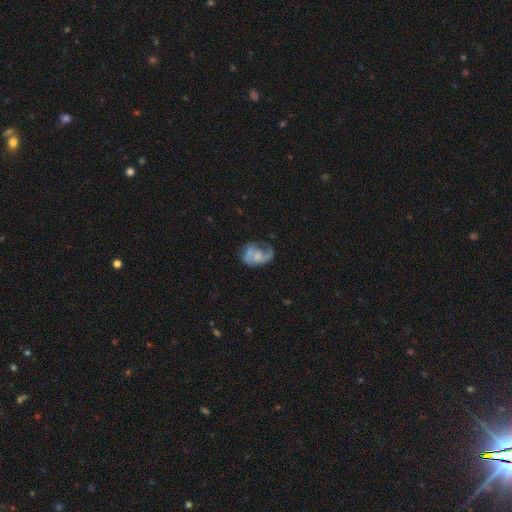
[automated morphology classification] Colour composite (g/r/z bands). It shows a featured or disk galaxy (69%) with no bar (72%), 2 (43%) medium (41%) spiral arms (79%) and a small central bulge (47%). Merging: none (39%).